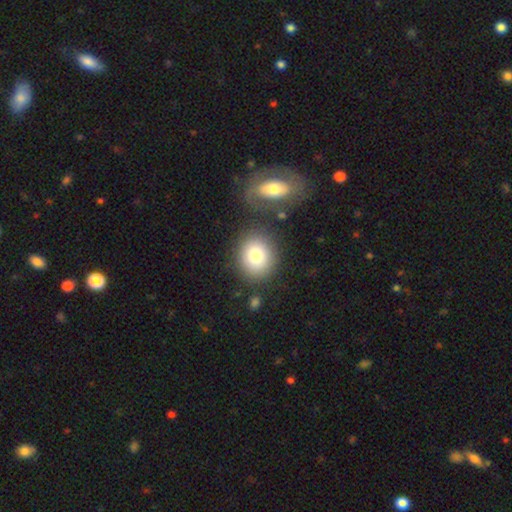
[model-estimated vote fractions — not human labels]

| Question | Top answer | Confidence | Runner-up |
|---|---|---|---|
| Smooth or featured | smooth | 83% | featured or disk (9%) |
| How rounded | round | 69% | in between (30%) |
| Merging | none | 76% | minor disturbance (10%) |